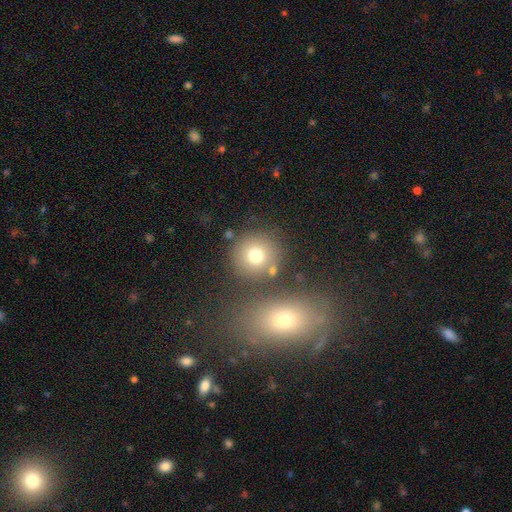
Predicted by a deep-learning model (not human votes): smooth 75%, star or artifact 13%, featured or disk 12%. Down the decision tree: how rounded — round (90%); merging — none (71%).